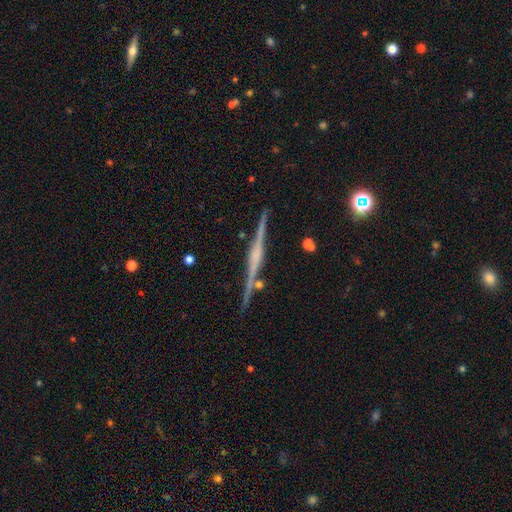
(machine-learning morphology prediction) Overall: featured or disk (77%). Edge-on disk: yes (97%). Edge-on bulge: rounded (46%; none 40%). Merging: none (86%).